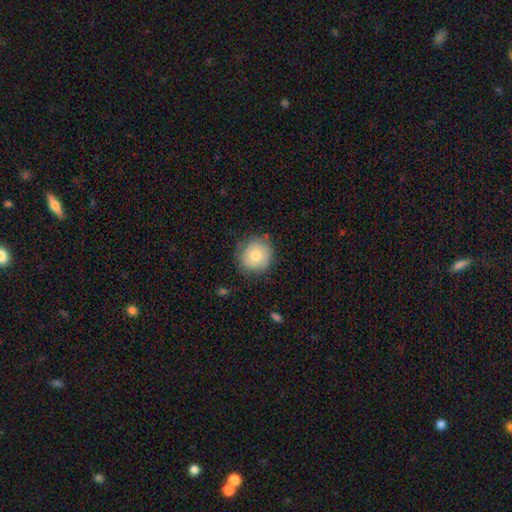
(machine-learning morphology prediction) Smooth or featured: smooth — 73% (featured or disk — 19%)
How rounded: round — 90% (in between — 9%)
Merging: none — 78% (minor disturbance — 17%)